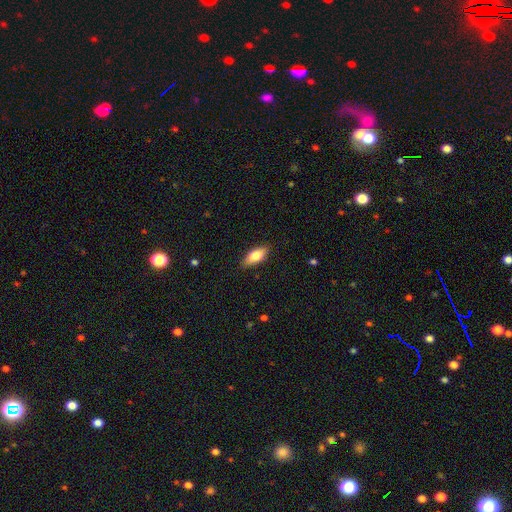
Smooth or featured? smooth (87%)
How rounded? in between (88%)
Merging? none (86%)